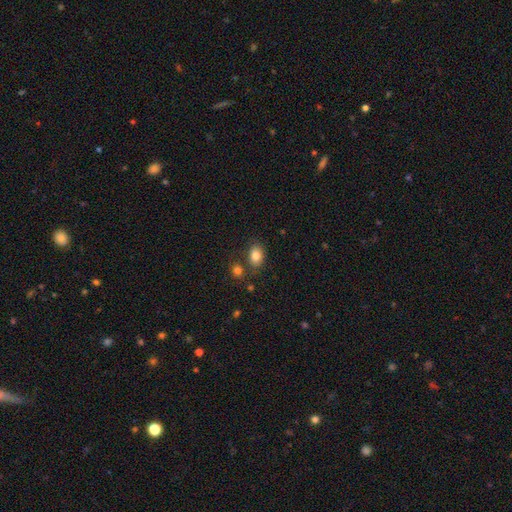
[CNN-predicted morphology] A smooth galaxy with no disk features (83%) that is in between round and cigar-shaped (75%).

Vote fractions:
- Smooth or featured? smooth: 83% / star or artifact: 9% / featured or disk: 7%
- How rounded? in between: 75% / round: 24% / cigar-shaped: 1%
- Merging? none: 71% / minor disturbance: 14% / merger: 11% / major disturbance: 4%